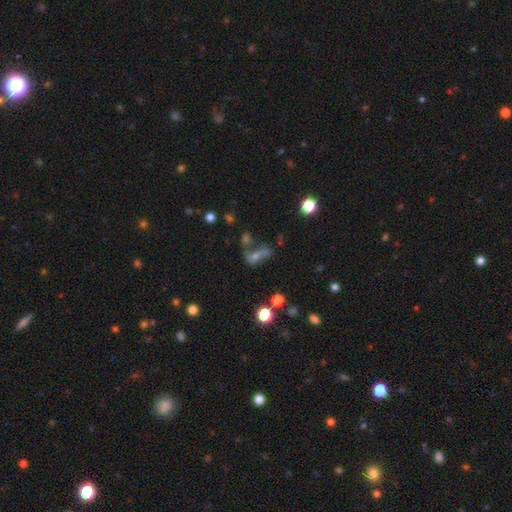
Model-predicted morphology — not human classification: Smooth or featured?
  - smooth: 42% *
  - featured or disk: 29%
  - star or artifact: 28%
Merging?
  - merger: 39% *
  - none: 33%
  - major disturbance: 15%
  - minor disturbance: 13%